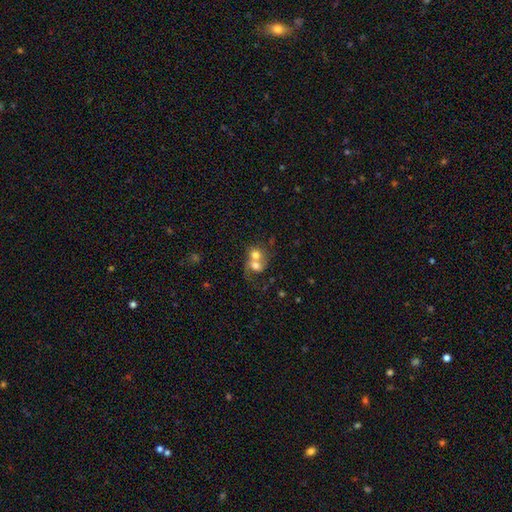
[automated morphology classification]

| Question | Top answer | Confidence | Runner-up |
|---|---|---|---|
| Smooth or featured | smooth | 61% | featured or disk (30%) |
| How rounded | round | 63% | in between (36%) |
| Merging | merger | 77% | none (13%) |